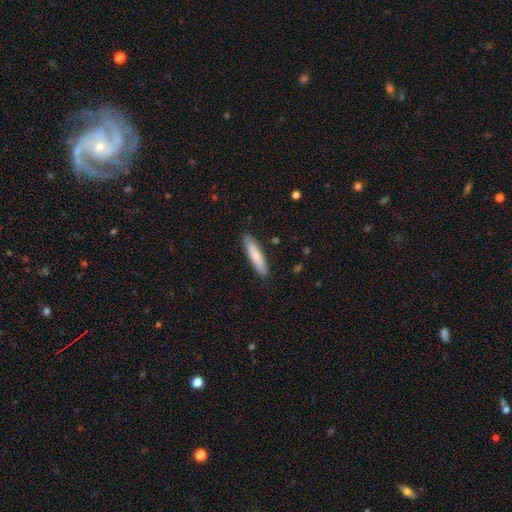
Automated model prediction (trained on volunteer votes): A smooth galaxy with no disk features (79%) that is cigar-shaped (80%). Merging: none (88%).